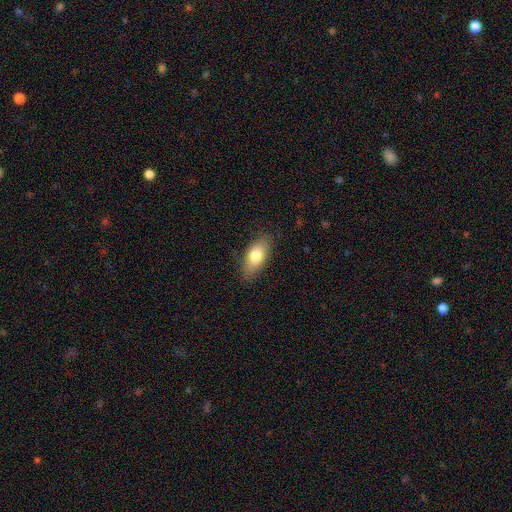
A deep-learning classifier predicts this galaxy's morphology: Smooth or featured: smooth — 77% (featured or disk — 16%)
How rounded: in between — 85% (cigar-shaped — 12%)
Merging: none — 83% (minor disturbance — 13%)